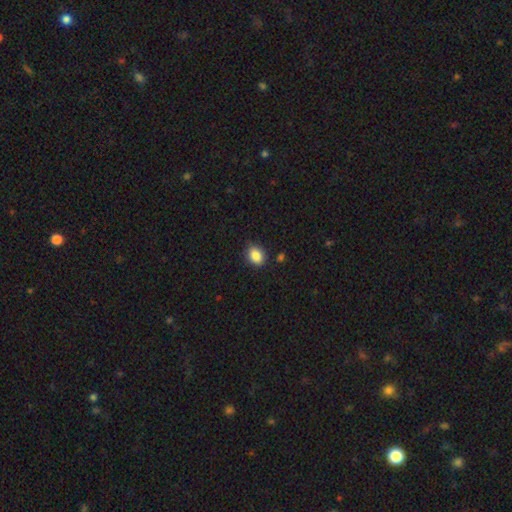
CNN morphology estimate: This appears to be a smooth galaxy with no disk features (87%) that is in between round and cigar-shaped (68%). Merging: none (83%).